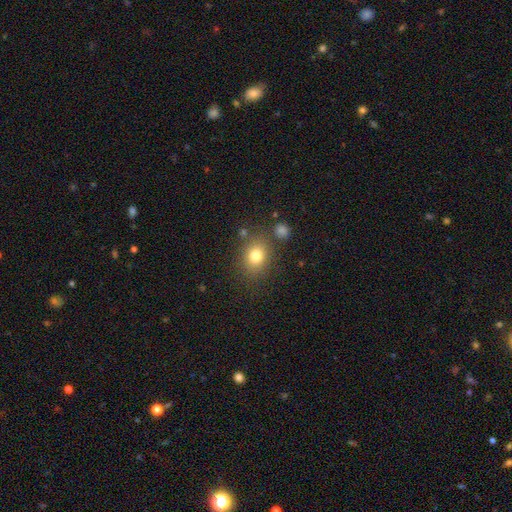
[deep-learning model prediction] Smooth or featured: smooth — 79% (star or artifact — 12%)
How rounded: round — 52% (in between — 47%)
Merging: none — 77% (minor disturbance — 12%)